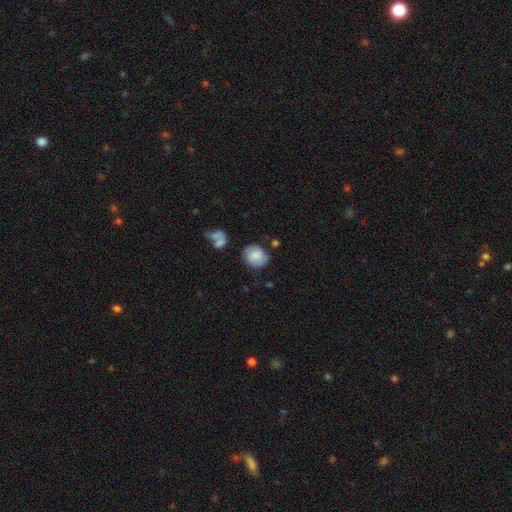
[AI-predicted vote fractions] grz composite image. It shows a smooth galaxy with no disk features (60%) that is round (70%). Merging: none (68%).